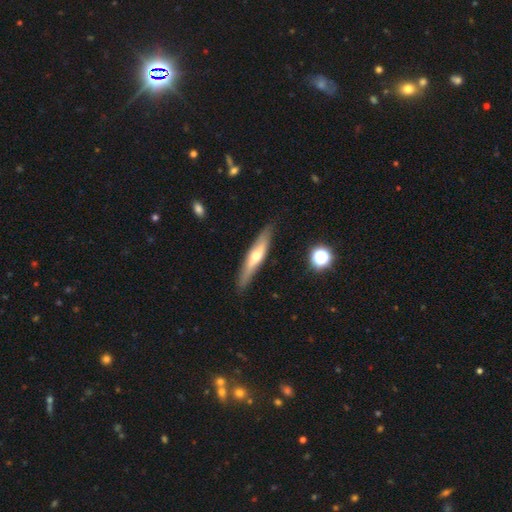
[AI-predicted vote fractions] Smooth or featured?
  - featured or disk: 55% *
  - smooth: 39%
  - star or artifact: 6%
Edge-on disk?
  - yes: 89% *
  - no: 11%
Merging?
  - none: 86% *
  - minor disturbance: 10%
  - major disturbance: 2%
  - merger: 2%